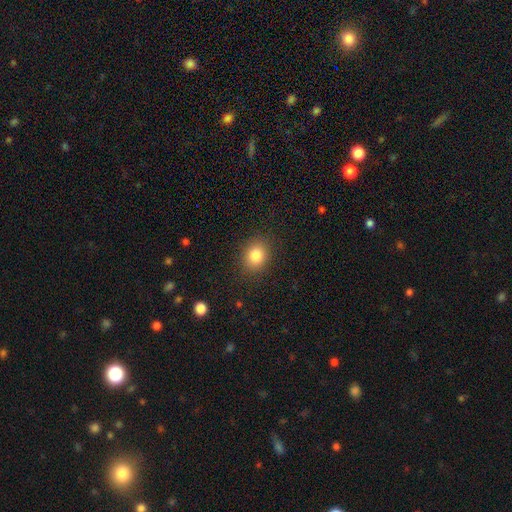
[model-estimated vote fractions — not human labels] Overall: smooth (82%). How rounded: round (60%; in between 39%). Merging: none (88%).